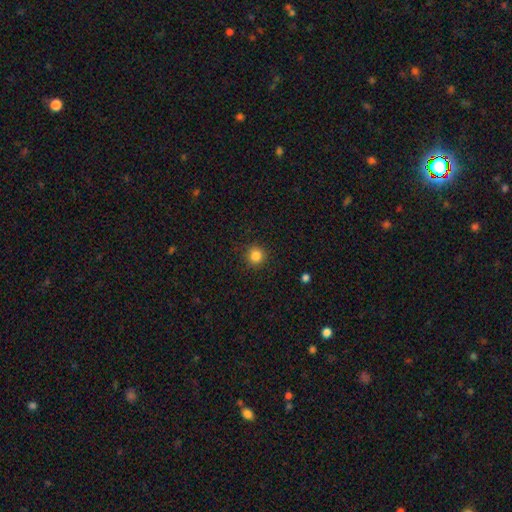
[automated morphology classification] Overall: smooth (85%). How rounded: round (94%). Merging: none (91%).